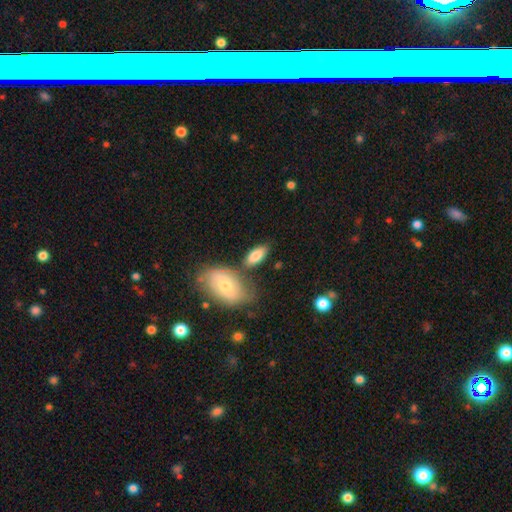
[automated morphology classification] This appears to be a smooth galaxy with no disk features (80%) that is in between round and cigar-shaped (88%). Merging: none (64%).